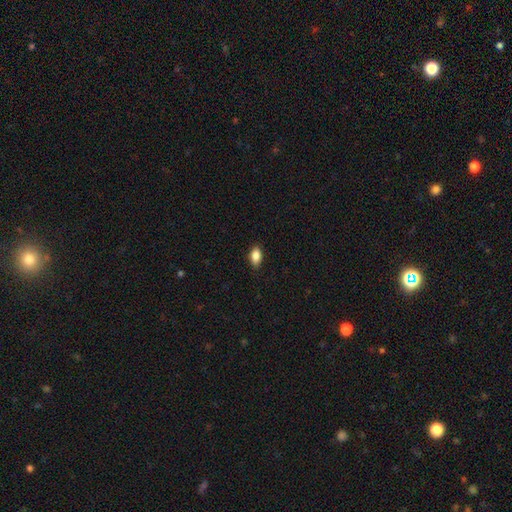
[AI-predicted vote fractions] Smooth or featured? Predicted: smooth (p=0.85). How rounded? Predicted: in between (p=0.89). Merging? Predicted: none (p=0.85).